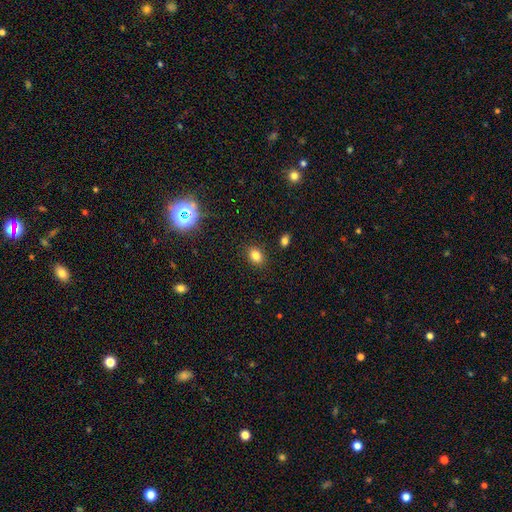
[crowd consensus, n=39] Morphology: type=smooth (82%); roundness=in between (69%); merging=none (97%).